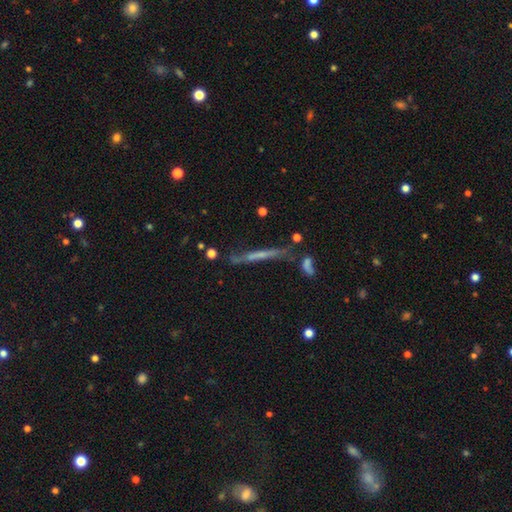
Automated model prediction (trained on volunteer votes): Smooth or featured: featured or disk — 54% (smooth — 35%)
Edge-on disk: yes — 86% (no — 14%)
Merging: none — 60% (minor disturbance — 19%)